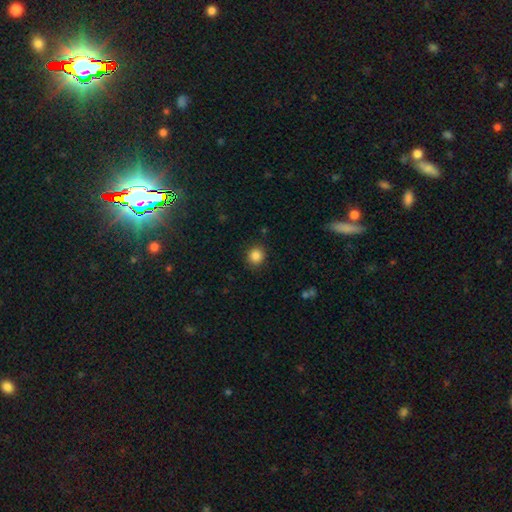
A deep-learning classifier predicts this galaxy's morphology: A smooth galaxy with no disk features (86%) that is round (88%).

Vote fractions:
- Smooth or featured? smooth: 86% / star or artifact: 10% / featured or disk: 4%
- How rounded? round: 88% / in between: 11% / cigar-shaped: 1%
- Merging? none: 89% / minor disturbance: 7% / major disturbance: 2% / merger: 1%